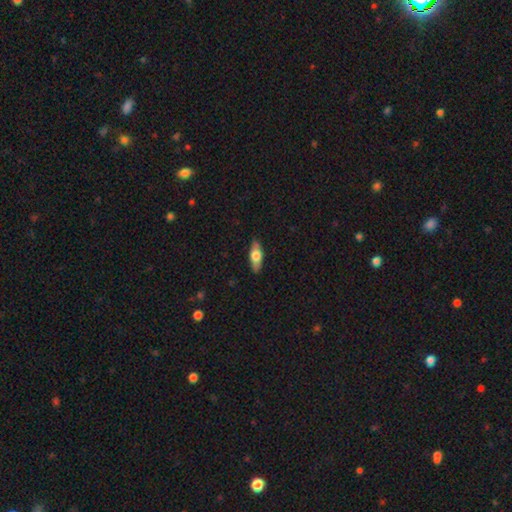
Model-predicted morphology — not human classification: type=smooth (61%); roundness=in between (67%); merging=none (87%).